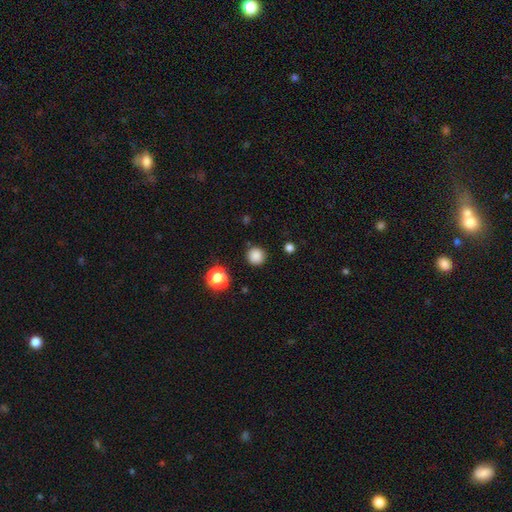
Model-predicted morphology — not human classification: Smooth or featured?
  - smooth: 84% *
  - star or artifact: 13%
  - featured or disk: 3%
How rounded?
  - round: 94% *
  - in between: 5%
  - cigar-shaped: 1%
Merging?
  - none: 87% *
  - minor disturbance: 8%
  - major disturbance: 3%
  - merger: 2%